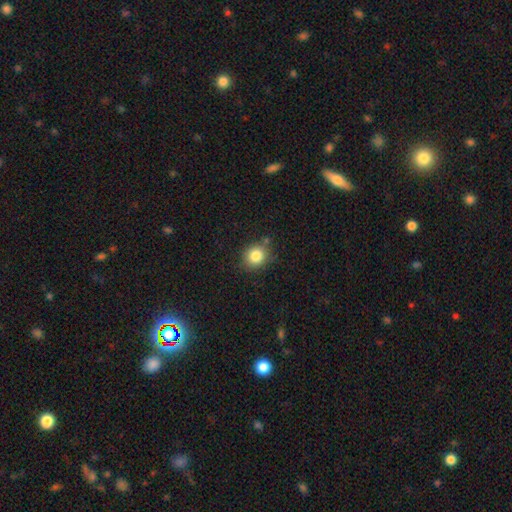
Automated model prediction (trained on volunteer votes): Q: Smooth or featured?
A: smooth (83%); runner-up: star or artifact (11%)
Q: How rounded?
A: round (79%); runner-up: in between (20%)
Q: Merging?
A: none (80%); runner-up: minor disturbance (13%)